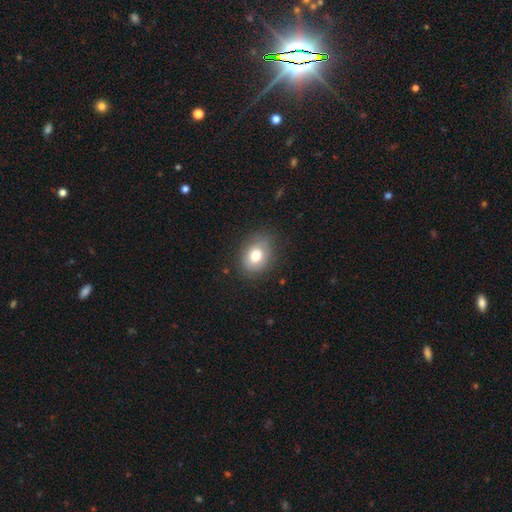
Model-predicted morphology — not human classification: Smooth or featured: smooth — 71% (featured or disk — 20%)
How rounded: in between — 63% (round — 36%)
Merging: none — 77% (minor disturbance — 16%)